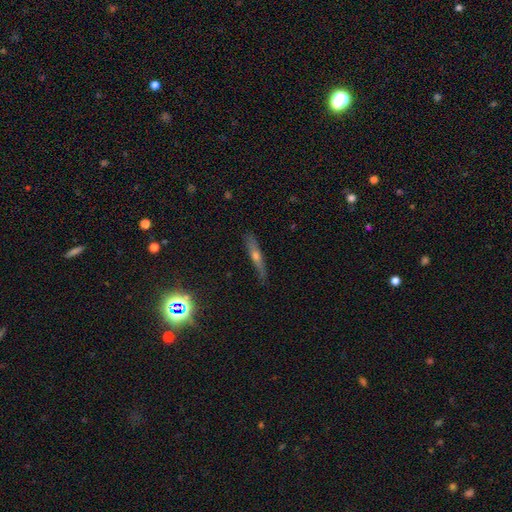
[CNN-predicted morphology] Smooth or featured? Predicted: featured or disk (p=0.53). Edge-on disk? Predicted: yes (p=0.91). Merging? Predicted: none (p=0.80).